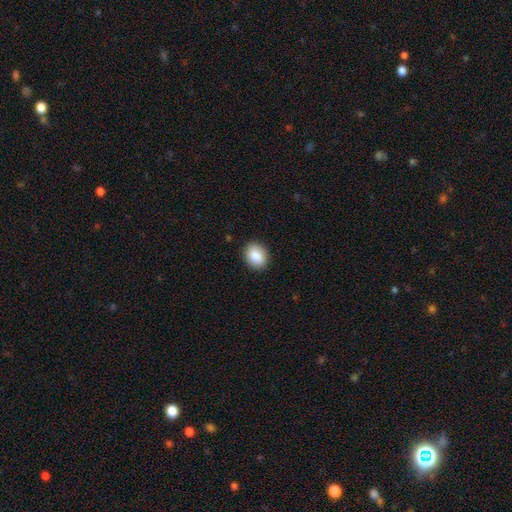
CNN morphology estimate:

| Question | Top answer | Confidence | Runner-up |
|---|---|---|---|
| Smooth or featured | smooth | 87% | star or artifact (7%) |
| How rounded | in between | 51% | round (48%) |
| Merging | none | 89% | minor disturbance (8%) |